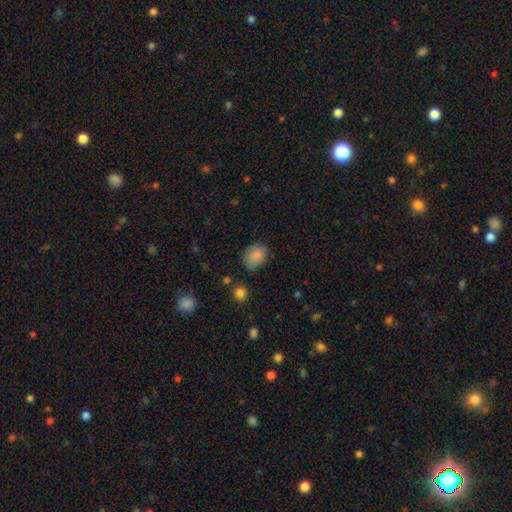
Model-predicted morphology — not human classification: A smooth galaxy with no disk features (85%) that is in between round and cigar-shaped (63%).

Vote fractions:
- Smooth or featured? smooth: 85% / star or artifact: 8% / featured or disk: 6%
- How rounded? in between: 63% / round: 36% / cigar-shaped: 1%
- Merging? none: 76% / minor disturbance: 18% / major disturbance: 4% / merger: 2%